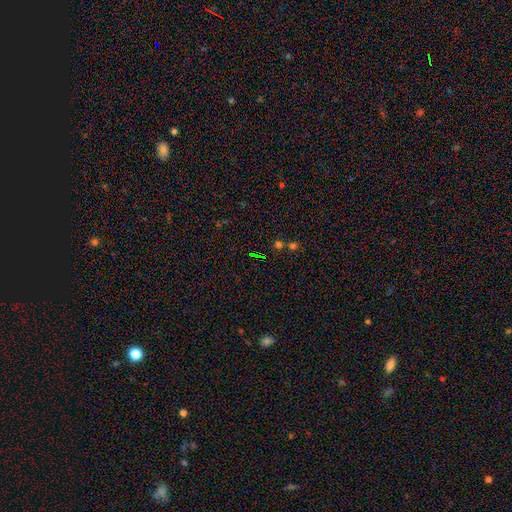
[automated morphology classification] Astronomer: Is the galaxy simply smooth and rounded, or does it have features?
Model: star or artifact — 66%.